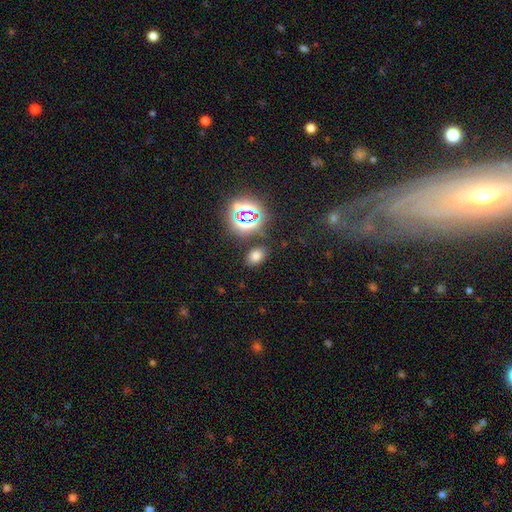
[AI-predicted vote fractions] Smooth or featured: smooth — 65% (star or artifact — 27%)
How rounded: in between — 81% (round — 18%)
Merging: none — 84% (minor disturbance — 9%)